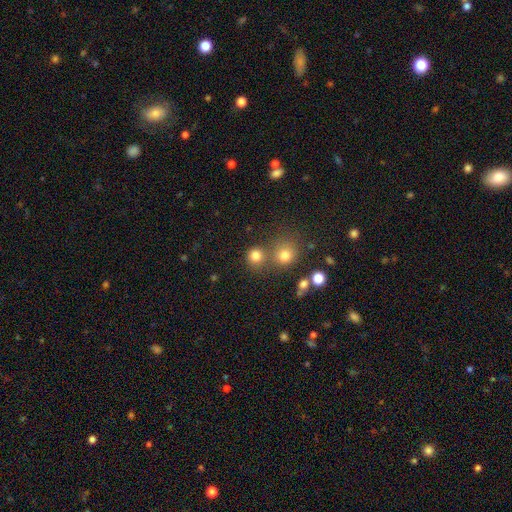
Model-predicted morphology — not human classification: A smooth galaxy with no disk features (79%) that is round (89%).

Vote fractions:
- Smooth or featured? smooth: 79% / star or artifact: 14% / featured or disk: 6%
- How rounded? round: 89% / in between: 10% / cigar-shaped: 1%
- Merging? none: 63% / merger: 25% / minor disturbance: 8% / major disturbance: 4%